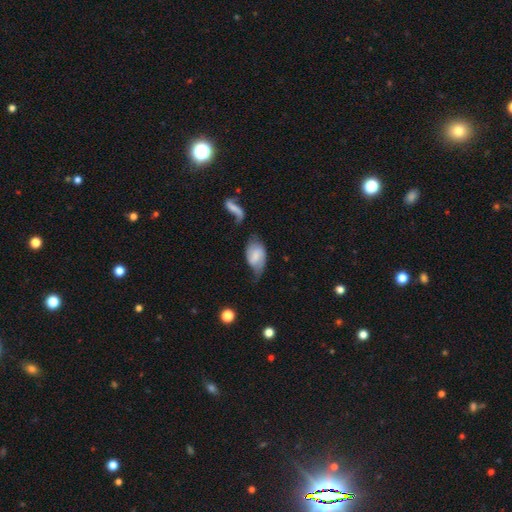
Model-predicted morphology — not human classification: A featured or disk galaxy (55%) with a weak bar (49%), spiral arms (85%) and a small central bulge (35%). Merging: none (43%).